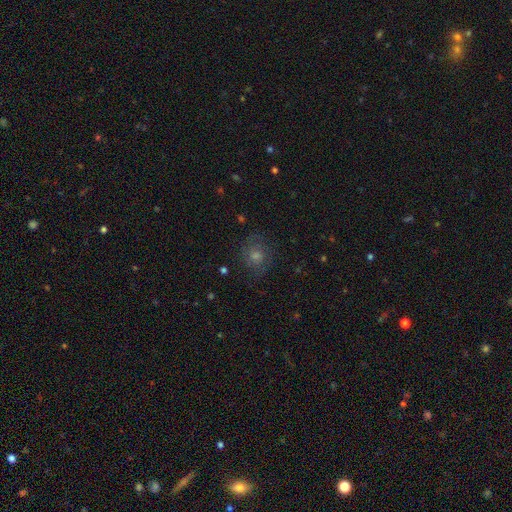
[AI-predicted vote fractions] Smooth or featured?
  - smooth: 48% *
  - star or artifact: 27%
  - featured or disk: 24%
Merging?
  - none: 80% *
  - minor disturbance: 12%
  - major disturbance: 6%
  - merger: 1%